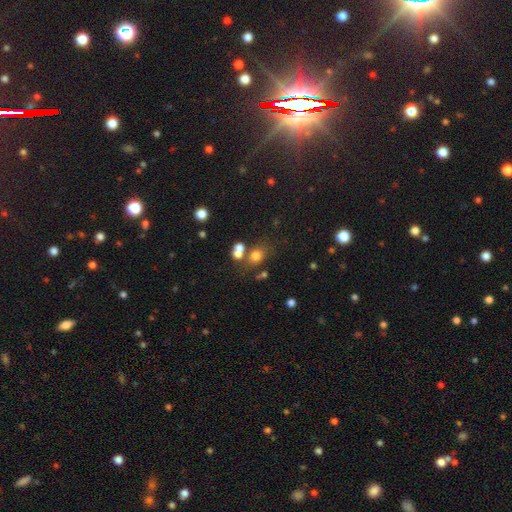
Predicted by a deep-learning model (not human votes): Q: Smooth or featured?
A: smooth (72%); runner-up: star or artifact (16%)
Q: How rounded?
A: round (55%); runner-up: in between (44%)
Q: Merging?
A: none (54%); runner-up: merger (28%)